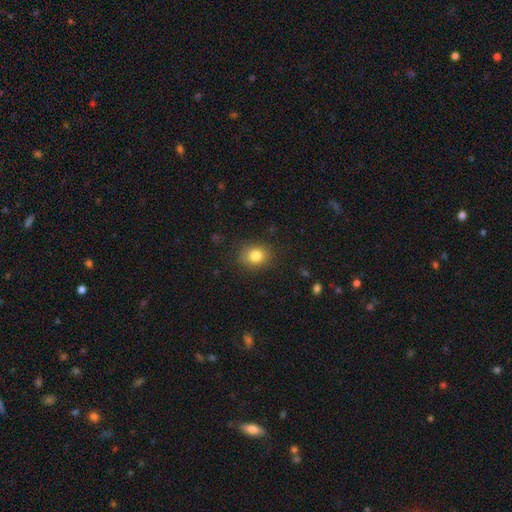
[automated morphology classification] Smooth or featured? smooth (82%)
How rounded? round (57%)
Merging? none (83%)